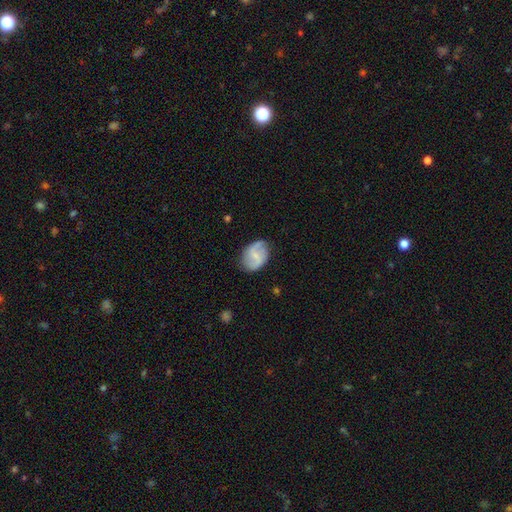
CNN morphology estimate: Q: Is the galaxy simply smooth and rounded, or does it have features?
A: featured or disk — 69%.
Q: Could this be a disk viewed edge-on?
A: no — 98%.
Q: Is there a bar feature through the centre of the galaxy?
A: weak — 54%.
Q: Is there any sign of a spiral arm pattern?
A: yes — 90%.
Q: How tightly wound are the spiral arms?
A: loose — 48%.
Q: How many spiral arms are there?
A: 2 — 88%.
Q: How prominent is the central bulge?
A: small — 55%.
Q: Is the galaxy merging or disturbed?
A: none — 75%.